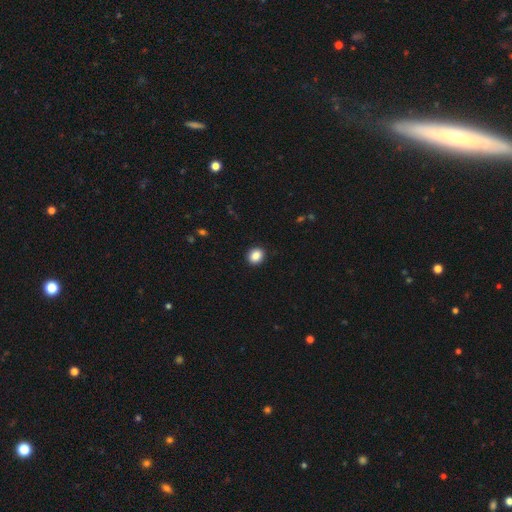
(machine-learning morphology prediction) Smooth or featured?
  - smooth: 88% *
  - star or artifact: 9%
  - featured or disk: 4%
How rounded?
  - round: 63% *
  - in between: 36%
  - cigar-shaped: 1%
Merging?
  - none: 91% *
  - minor disturbance: 6%
  - major disturbance: 2%
  - merger: 1%